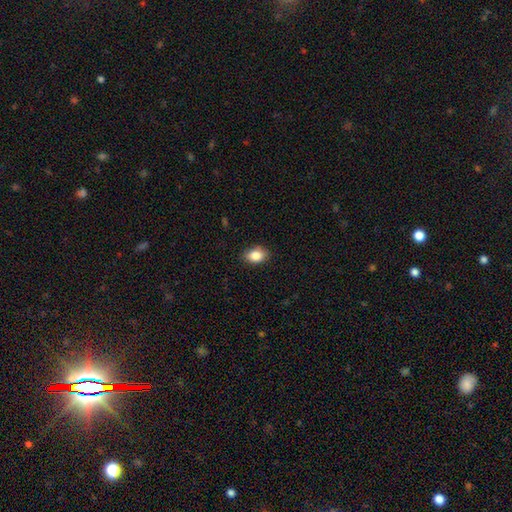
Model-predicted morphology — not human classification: This is clearly a smooth galaxy (85%). How rounded: likely in between (76%). Merging: clearly none (84%).